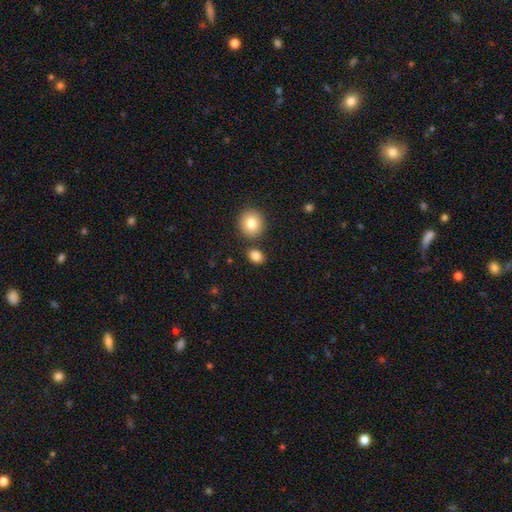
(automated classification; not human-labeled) Smooth or featured?
  - smooth: 84% *
  - star or artifact: 10%
  - featured or disk: 6%
How rounded?
  - in between: 51% *
  - round: 47%
  - cigar-shaped: 1%
Merging?
  - none: 78% *
  - merger: 10%
  - minor disturbance: 9%
  - major disturbance: 3%